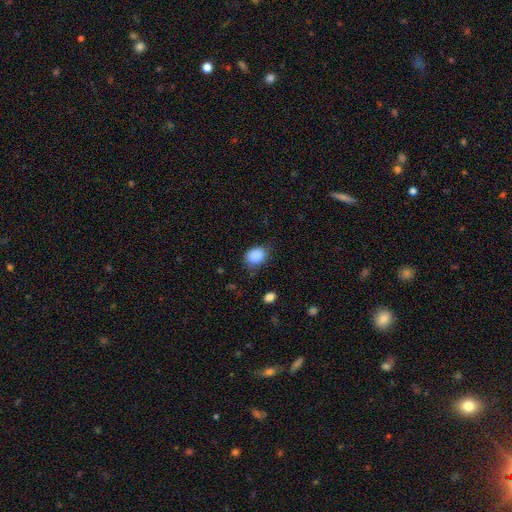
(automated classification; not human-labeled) smooth 88%, star or artifact 8%, featured or disk 4%. Down the decision tree: how rounded — in between (59%); merging — none (68%).